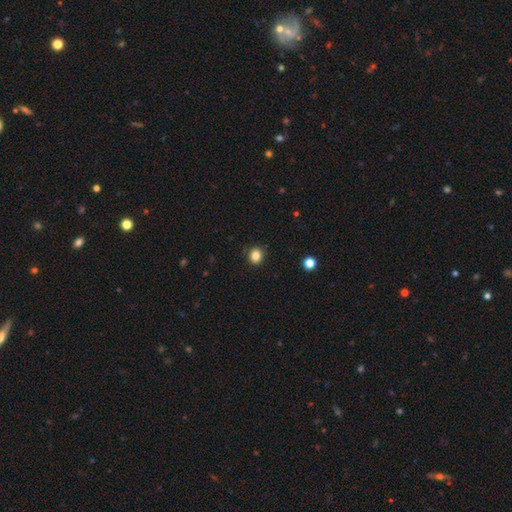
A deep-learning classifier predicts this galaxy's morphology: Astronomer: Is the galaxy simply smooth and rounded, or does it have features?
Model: smooth — 84%.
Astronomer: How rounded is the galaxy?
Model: round — 80%.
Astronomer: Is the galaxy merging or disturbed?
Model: none — 89%.